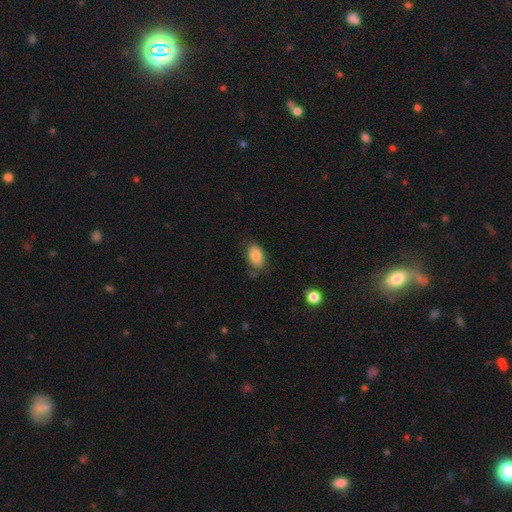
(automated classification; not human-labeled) The model was most divided on "merging": none: 70%, minor disturbance: 22%, major disturbance: 5%, merger: 2%. More confident: how rounded — in between (88%); smooth or featured — smooth (81%).